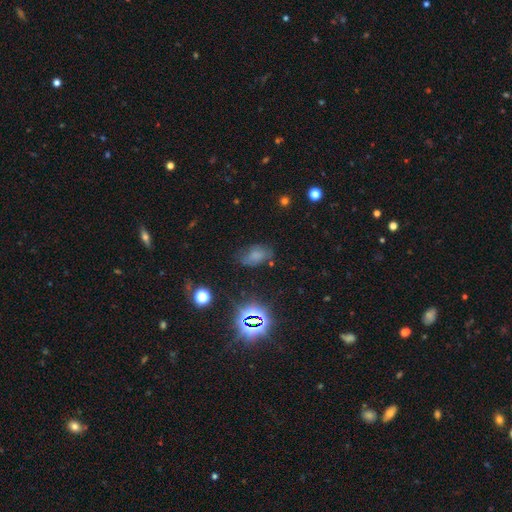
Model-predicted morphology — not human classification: smooth_or_featured: smooth (p=0.58) [alt: star or artifact p=0.24]
how_rounded: in between (p=0.88) [alt: round p=0.09]
merging: none (p=0.60) [alt: minor disturbance p=0.26]